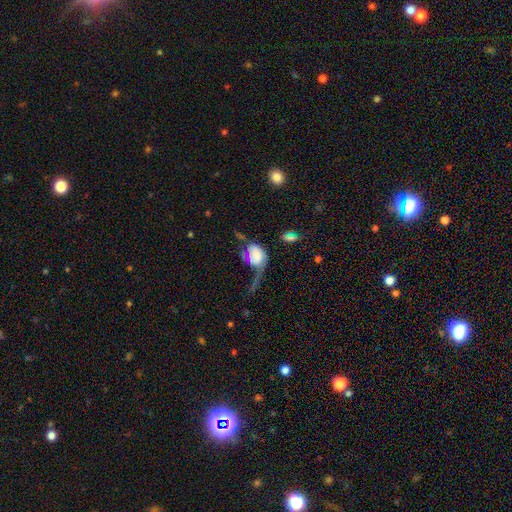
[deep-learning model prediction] A smooth galaxy with no disk features (50%) that is in between round and cigar-shaped (65%). Merging: major disturbance (55%).